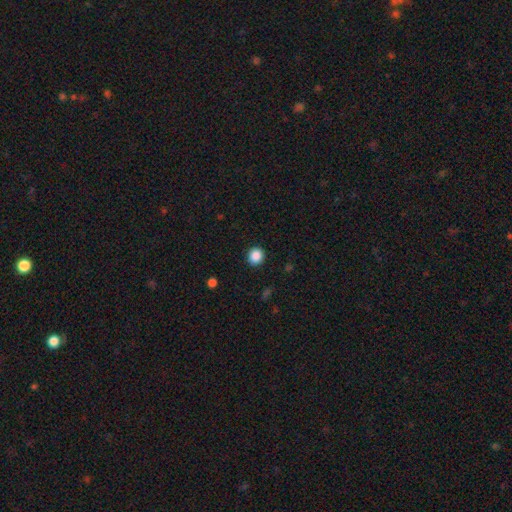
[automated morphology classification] This is clearly a smooth galaxy (87%). How rounded: clearly round (87%). Merging: clearly none (91%).